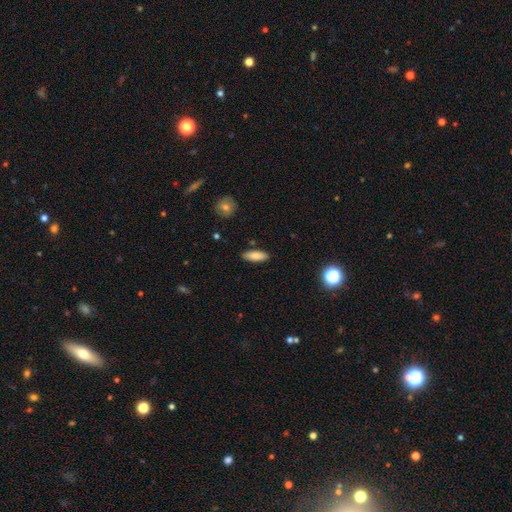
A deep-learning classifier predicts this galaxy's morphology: smooth 83%, featured or disk 10%, star or artifact 7%. Down the decision tree: how rounded — in between (65%); merging — none (88%).